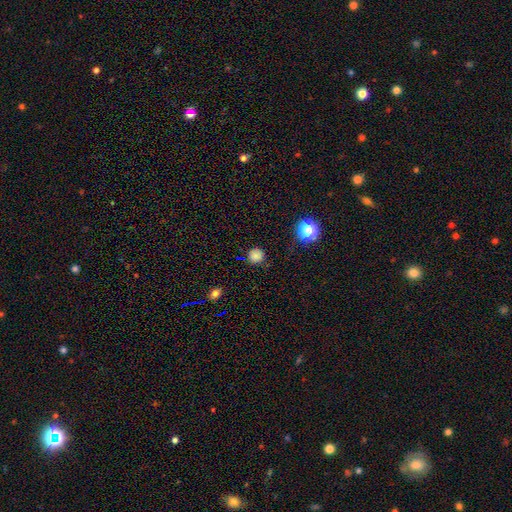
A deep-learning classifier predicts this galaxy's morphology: This appears to be a smooth galaxy with no disk features (81%) that is round (94%). Merging: none (86%).